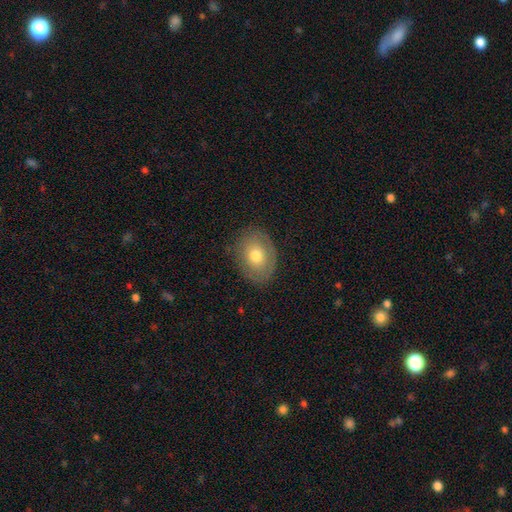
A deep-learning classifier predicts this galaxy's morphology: smooth 64%, featured or disk 28%, star or artifact 8%. Down the decision tree: how rounded — in between (66%); merging — none (81%).